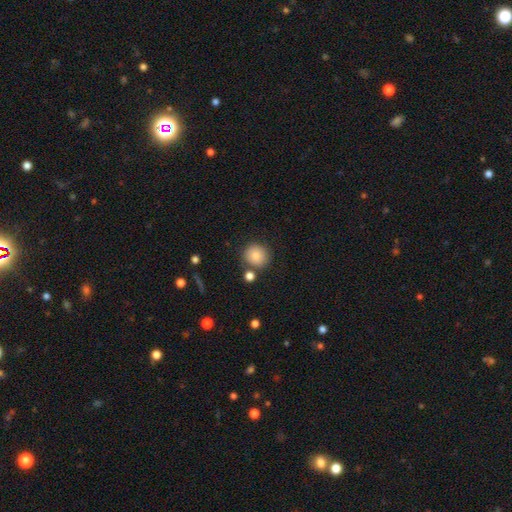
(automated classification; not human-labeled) smooth 84%, star or artifact 10%, featured or disk 6%. Down the decision tree: how rounded — round (91%); merging — none (79%).